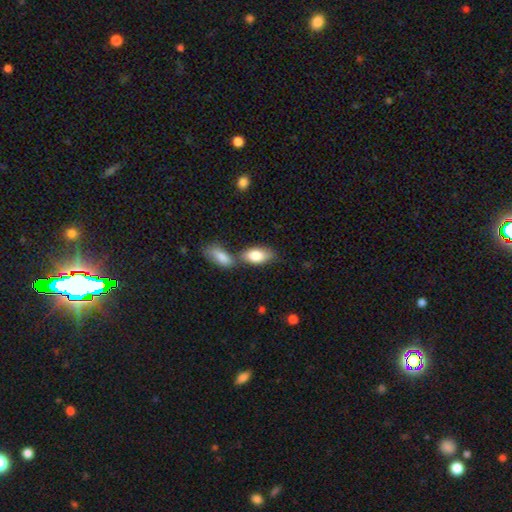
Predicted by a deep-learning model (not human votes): smooth_or_featured: smooth (p=0.82) [alt: featured or disk p=0.12]
how_rounded: in between (p=0.91) [alt: cigar-shaped p=0.06]
merging: none (p=0.45) [alt: merger p=0.39]